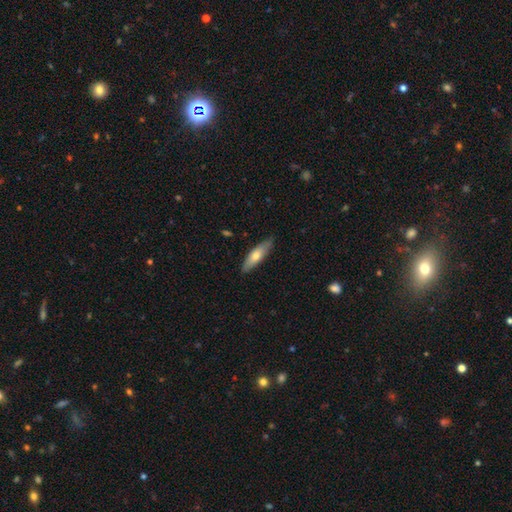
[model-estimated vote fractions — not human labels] Smooth or featured: smooth — 63% (featured or disk — 31%)
How rounded: cigar-shaped — 62% (in between — 36%)
Merging: none — 85% (minor disturbance — 12%)